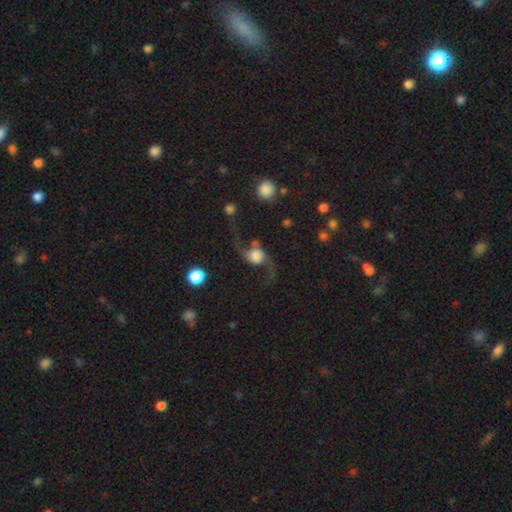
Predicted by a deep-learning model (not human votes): A featured or disk galaxy (78%) with no bar (69%), 2 (94%) loose (93%) spiral arms (95%) and a large central bulge (43%). Merging: none (61%).